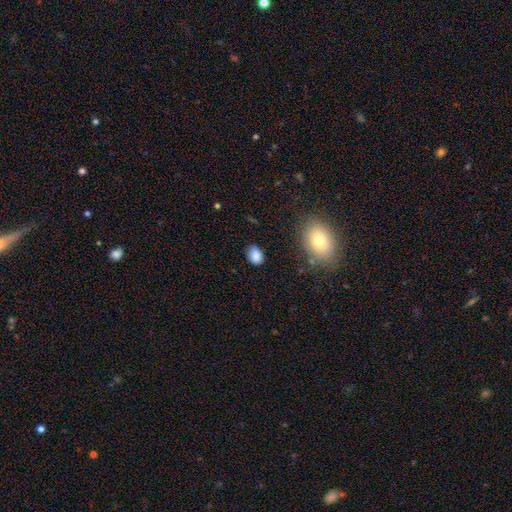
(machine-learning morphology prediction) A smooth galaxy with no disk features (85%) that is in between round and cigar-shaped (74%). Merging: none (79%).